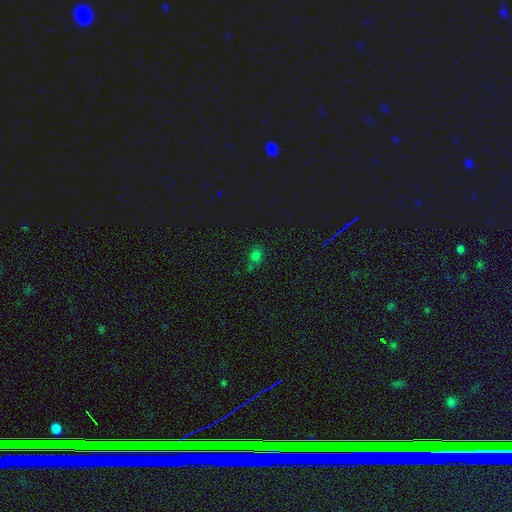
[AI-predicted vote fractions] A smooth galaxy with no disk features (65%) that is round (60%). Merging: none (61%).